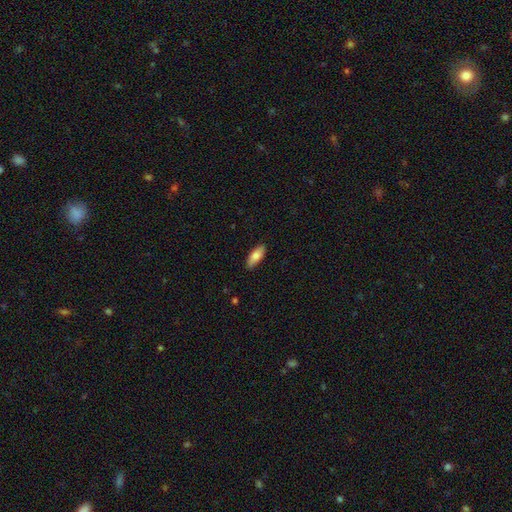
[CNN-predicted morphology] Smooth or featured?
  - smooth: 80% *
  - featured or disk: 14%
  - star or artifact: 6%
How rounded?
  - in between: 72% *
  - cigar-shaped: 26%
  - round: 2%
Merging?
  - none: 87% *
  - minor disturbance: 10%
  - major disturbance: 2%
  - merger: 1%